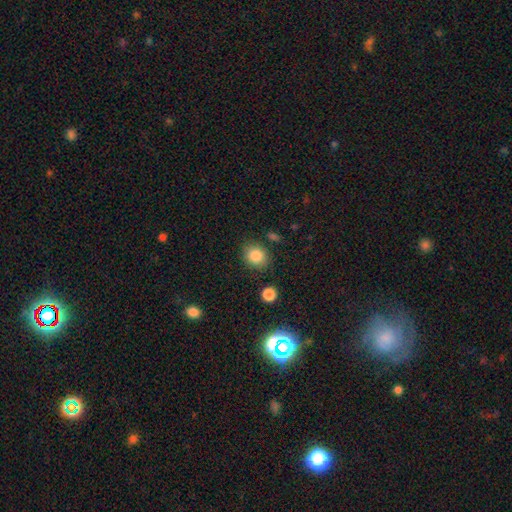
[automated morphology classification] smooth-or-featured: smooth: 86% | star or artifact: 9% | featured or disk: 5%
  how-rounded: round: 65% | in between: 34% | cigar-shaped: 1%
  merging: none: 82% | minor disturbance: 11% | merger: 3% | major disturbance: 3%